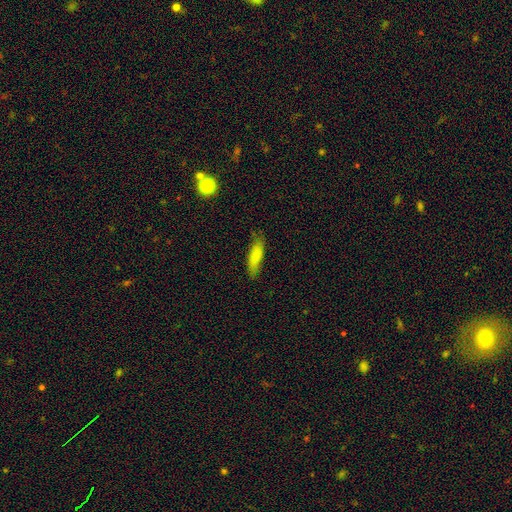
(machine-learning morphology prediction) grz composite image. It shows a smooth galaxy with no disk features (82%) that is cigar-shaped (65%). Merging: none (79%).